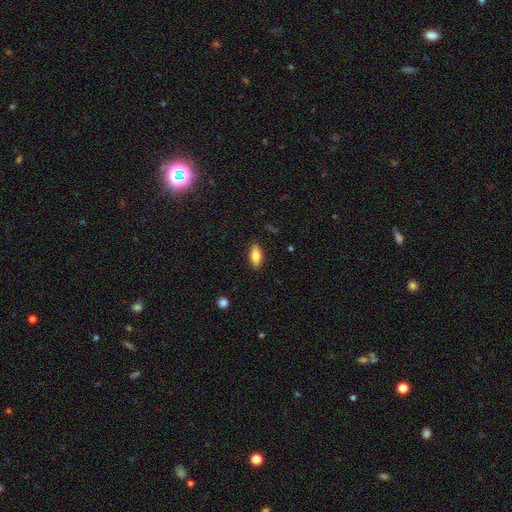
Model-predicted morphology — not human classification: Q: Smooth or featured?
A: smooth (85%); runner-up: featured or disk (8%)
Q: How rounded?
A: in between (87%); runner-up: cigar-shaped (10%)
Q: Merging?
A: none (87%); runner-up: minor disturbance (9%)